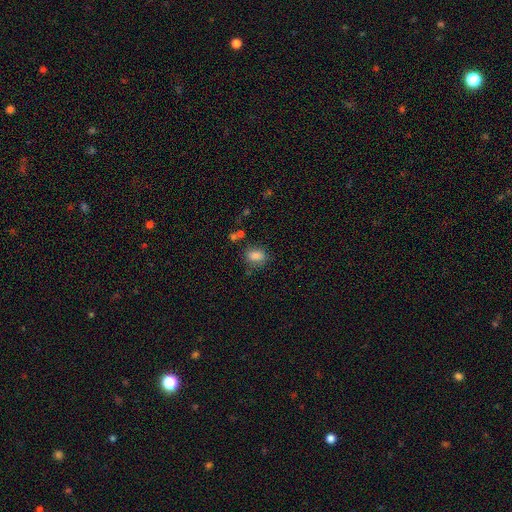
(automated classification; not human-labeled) A smooth galaxy with no disk features (83%) that is in between round and cigar-shaped (67%). Merging: none (72%).